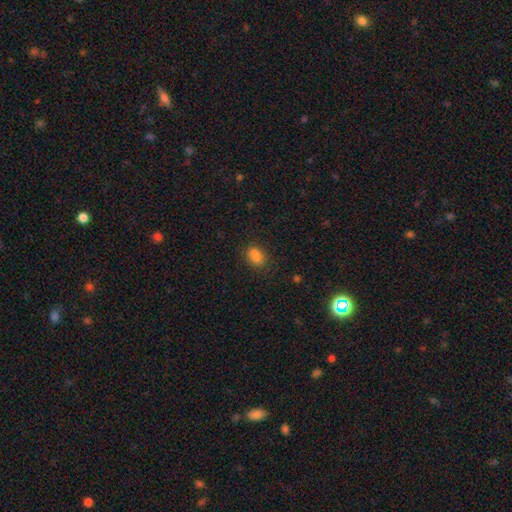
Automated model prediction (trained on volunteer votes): Q: Smooth or featured?
A: smooth (80%); runner-up: star or artifact (13%)
Q: How rounded?
A: in between (68%); runner-up: round (30%)
Q: Merging?
A: none (69%); runner-up: minor disturbance (16%)